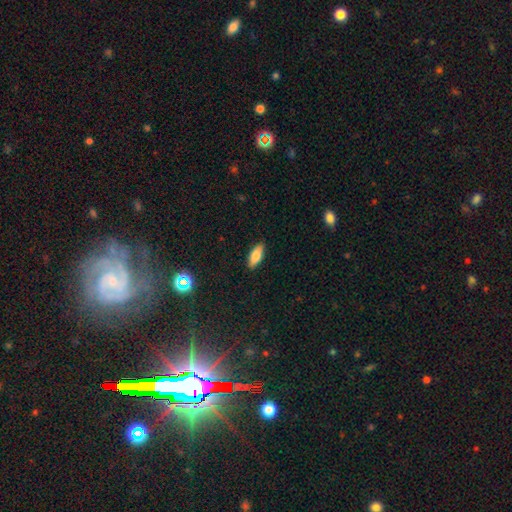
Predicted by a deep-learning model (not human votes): Smooth or featured? Predicted: smooth (p=0.76). How rounded? Predicted: in between (p=0.75). Merging? Predicted: none (p=0.89).